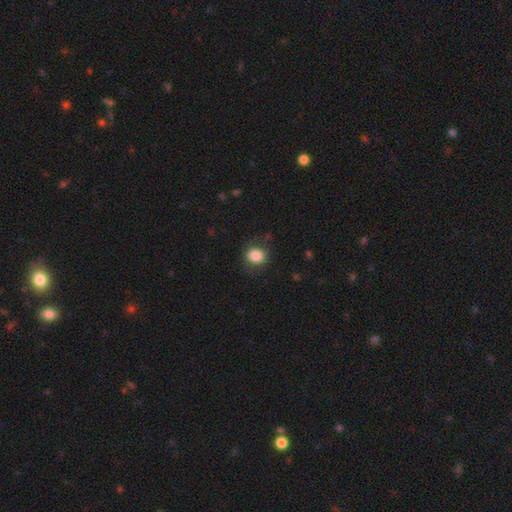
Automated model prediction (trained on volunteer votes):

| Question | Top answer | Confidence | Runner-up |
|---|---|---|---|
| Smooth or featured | smooth | 82% | featured or disk (9%) |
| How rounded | round | 76% | in between (23%) |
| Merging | none | 75% | minor disturbance (16%) |